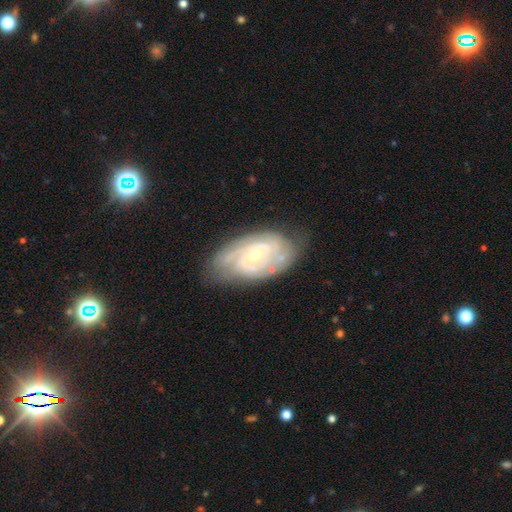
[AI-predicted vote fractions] Overall: featured or disk (85%). Edge-on disk: no (95%). Bar: no (62%; weak 30%). Spiral arms: yes (95%). Spiral arm count: 2 (33%; can't tell 28%). Spiral winding: tight (70%). Bulge size: small (58%; moderate 39%). Merging: none (75%).